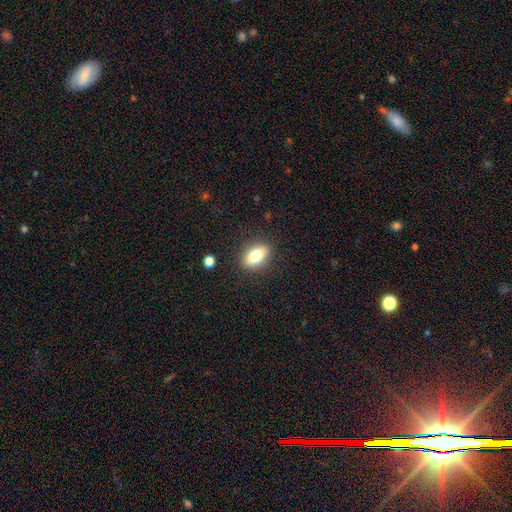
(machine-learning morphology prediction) Smooth or featured: smooth — 77% (featured or disk — 15%)
How rounded: in between — 84% (cigar-shaped — 10%)
Merging: none — 87% (minor disturbance — 9%)